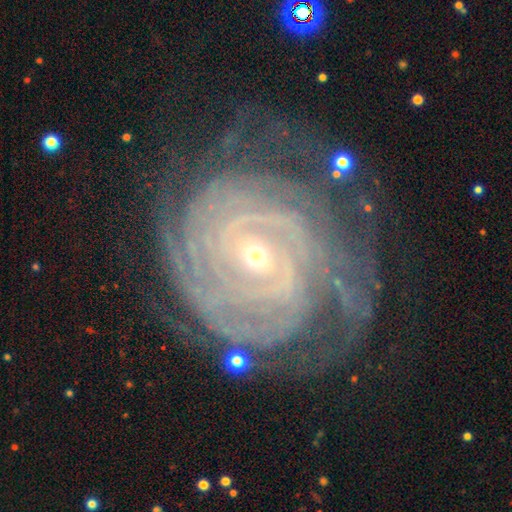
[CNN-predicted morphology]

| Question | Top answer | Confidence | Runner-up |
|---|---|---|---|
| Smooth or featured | featured or disk | 89% | star or artifact (6%) |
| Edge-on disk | no | 97% | yes (3%) |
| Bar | no | 44% | weak (38%) |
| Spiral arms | yes | 98% | no (2%) |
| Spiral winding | tight | 84% | medium (13%) |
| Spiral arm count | can't tell | 27% | 4 (22%) |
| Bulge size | small | 74% | moderate (23%) |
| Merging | none | 67% | minor disturbance (20%) |